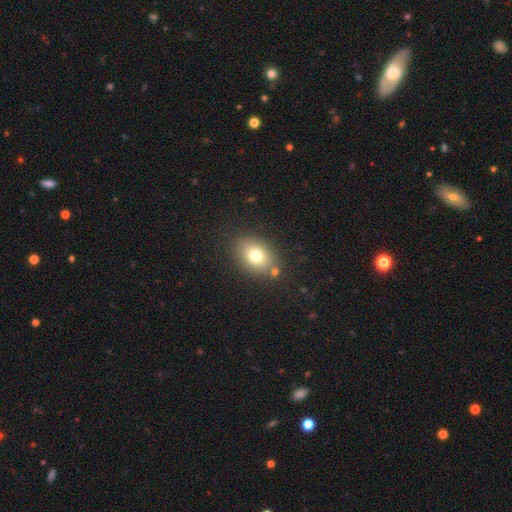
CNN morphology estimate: Overall: smooth (76%). How rounded: in between (73%). Merging: none (79%).